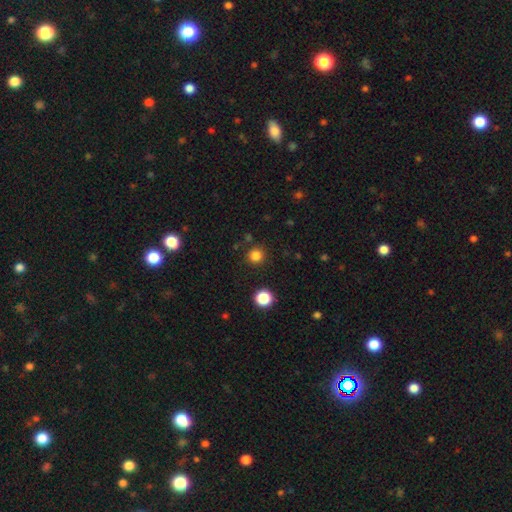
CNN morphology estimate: smooth-or-featured: smooth: 82% | star or artifact: 14% | featured or disk: 4%
  how-rounded: round: 95% | in between: 4% | cigar-shaped: 1%
  merging: none: 89% | minor disturbance: 6% | major disturbance: 3% | merger: 2%